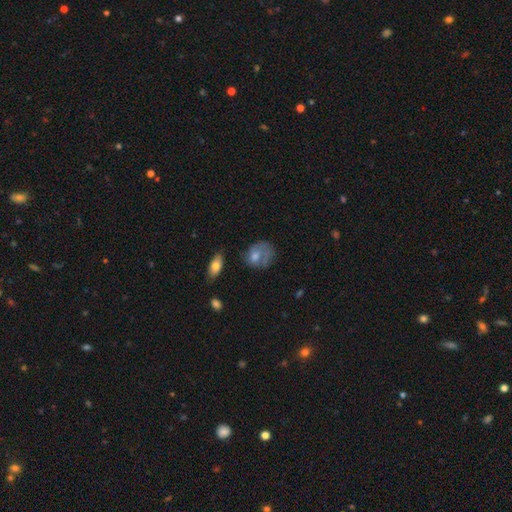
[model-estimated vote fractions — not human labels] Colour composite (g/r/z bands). It shows a smooth galaxy with no disk features (51%) that is round (51%). Merging: none (44%).